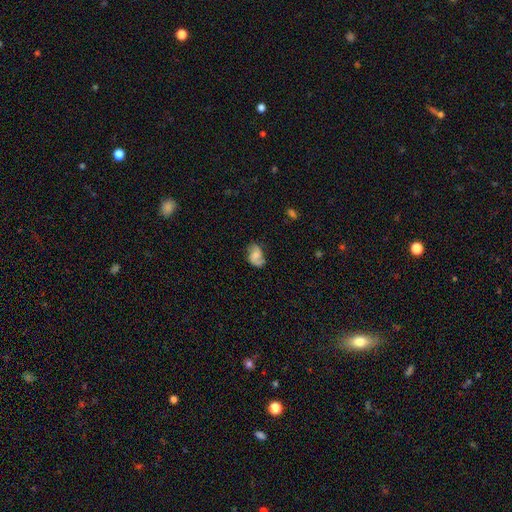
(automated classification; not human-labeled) A smooth galaxy with no disk features (48%). Merging: none (59%).